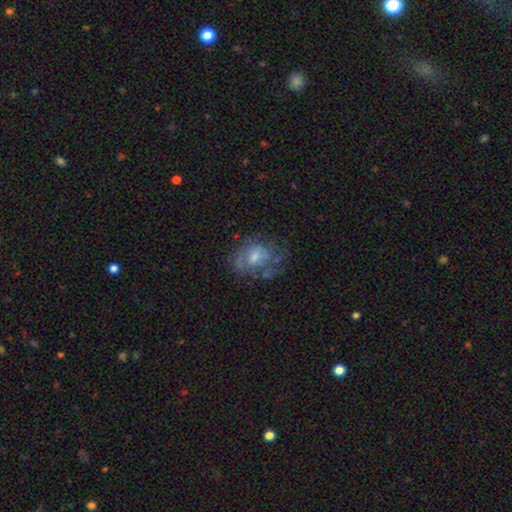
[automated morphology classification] smooth-or-featured: featured or disk: 61% | smooth: 29% | star or artifact: 10%
  disk-edge-on: no: 96% | yes: 4%
    bar: no: 67% | weak: 29% | strong: 4%
    has-spiral-arms: yes: 64% | no: 36%
    bulge-size: moderate: 52% | small: 33% | large: 8% | none: 6% | dominant: 1%
  merging: none: 52% | minor disturbance: 24% | major disturbance: 20% | merger: 3%